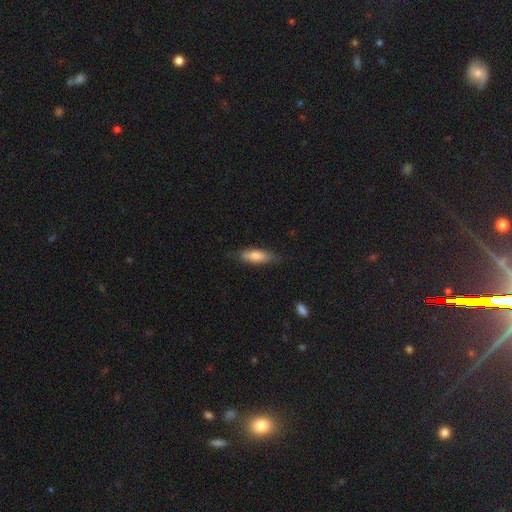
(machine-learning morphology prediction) The model was most divided on "how rounded": in between: 62%, cigar-shaped: 36%, round: 2%. More confident: smooth or featured — smooth (78%); merging — none (76%).